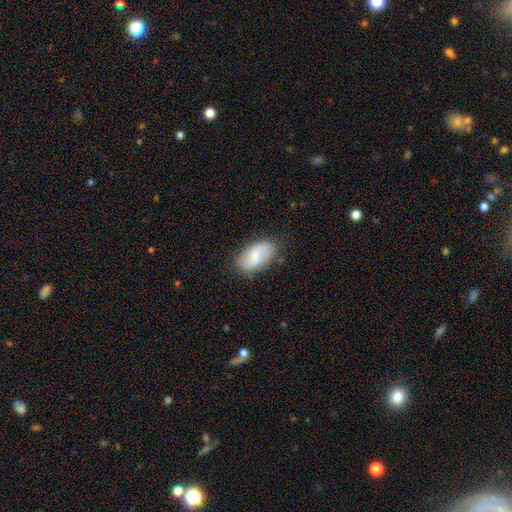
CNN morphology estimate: Smooth or featured?
  - smooth: 51% *
  - featured or disk: 42%
  - star or artifact: 7%
How rounded?
  - in between: 93% *
  - round: 4%
  - cigar-shaped: 3%
Merging?
  - none: 78% *
  - minor disturbance: 16%
  - major disturbance: 4%
  - merger: 2%